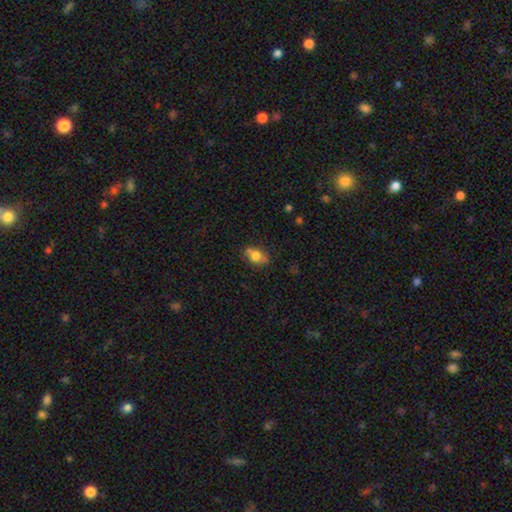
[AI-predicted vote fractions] Smooth or featured? Predicted: smooth (p=0.68). How rounded? Predicted: in between (p=0.79). Merging? Predicted: none (p=0.73).